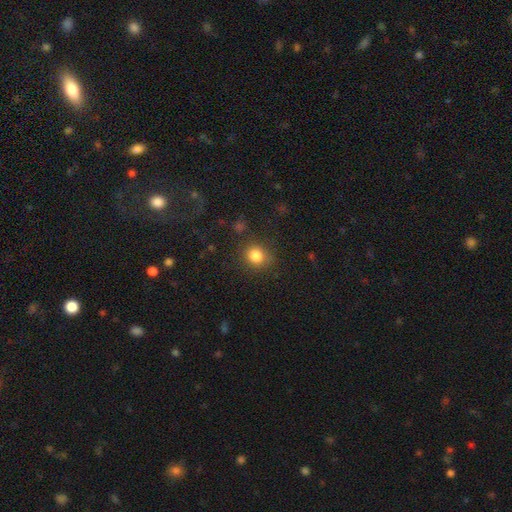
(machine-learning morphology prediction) smooth 83%, star or artifact 11%, featured or disk 5%. Down the decision tree: how rounded — round (81%); merging — none (80%).